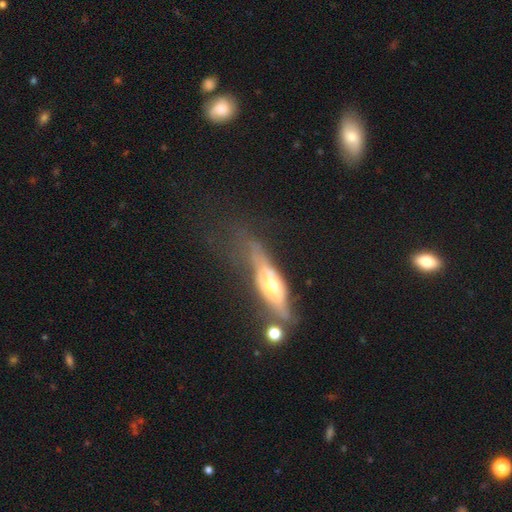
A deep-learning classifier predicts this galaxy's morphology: Q: Smooth or featured?
A: featured or disk (59%); runner-up: smooth (31%)
Q: Edge-on disk?
A: yes (76%); runner-up: no (24%)
Q: Merging?
A: none (39%); runner-up: minor disturbance (26%)